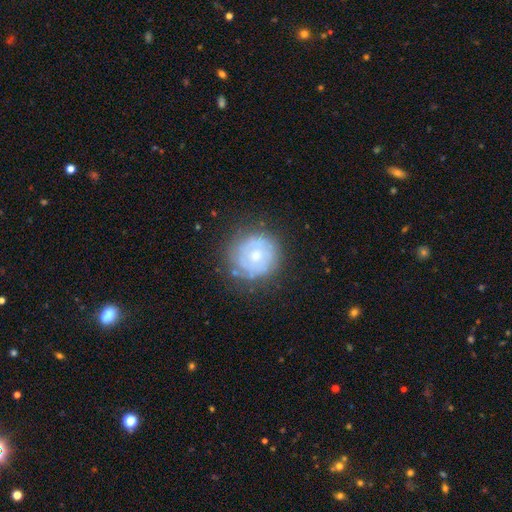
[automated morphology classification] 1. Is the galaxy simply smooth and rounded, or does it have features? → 62% featured or disk, 30% smooth, 7% star or artifact.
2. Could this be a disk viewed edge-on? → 97% no, 3% yes.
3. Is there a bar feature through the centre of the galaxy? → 82% no, 15% weak, 3% strong.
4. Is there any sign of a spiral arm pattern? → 58% yes, 42% no.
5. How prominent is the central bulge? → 55% moderate, 39% small, 3% large, 2% none, 1% dominant.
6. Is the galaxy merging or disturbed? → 73% none, 18% minor disturbance, 7% major disturbance, 2% merger.